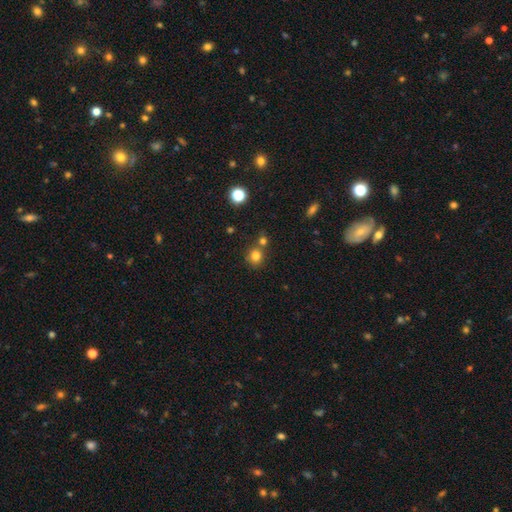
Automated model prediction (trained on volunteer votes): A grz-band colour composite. It shows a smooth galaxy with no disk features (78%) that is round (88%). Merging: none (67%).